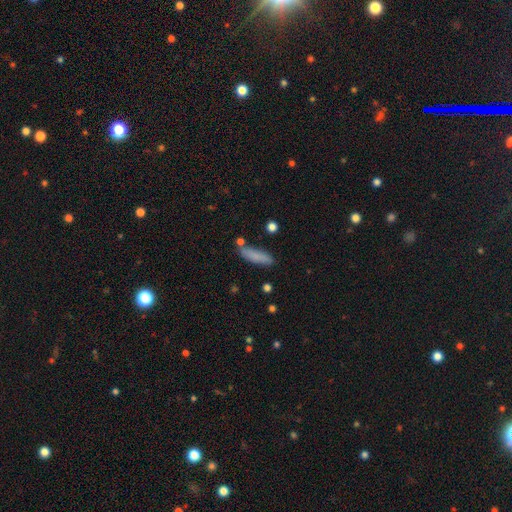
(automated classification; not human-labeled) Smooth or featured: smooth — 83% (featured or disk — 9%)
How rounded: cigar-shaped — 66% (in between — 32%)
Merging: none — 77% (minor disturbance — 14%)